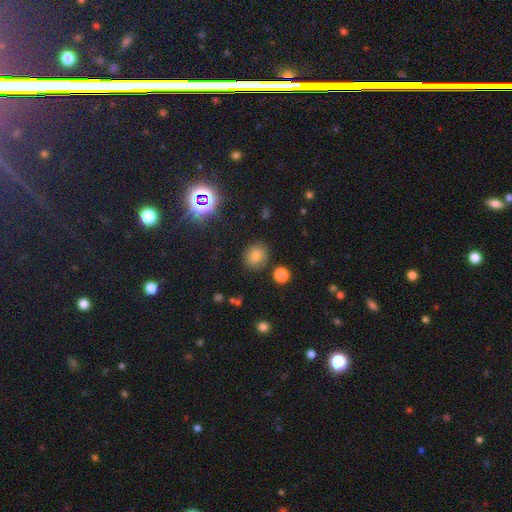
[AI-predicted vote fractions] smooth-or-featured: smooth: 75% | star or artifact: 15% | featured or disk: 10%
  how-rounded: round: 71% | in between: 27% | cigar-shaped: 1%
  merging: none: 85% | minor disturbance: 9% | merger: 3% | major disturbance: 3%